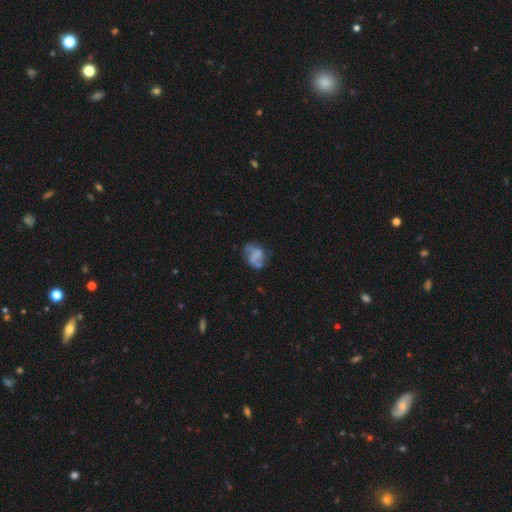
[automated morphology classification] Smooth or featured? Predicted: featured or disk (p=0.60). Edge-on disk? Predicted: no (p=0.98). Bar? Predicted: no (p=0.48). Spiral arms? Predicted: yes (p=0.76). Bulge size? Predicted: none (p=0.68). Merging? Predicted: none (p=0.54).